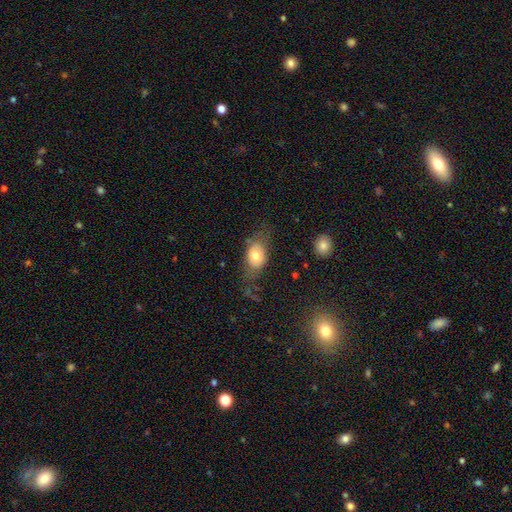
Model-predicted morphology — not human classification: smooth 69%, featured or disk 23%, star or artifact 9%. Down the decision tree: how rounded — in between (76%); merging — none (56%).